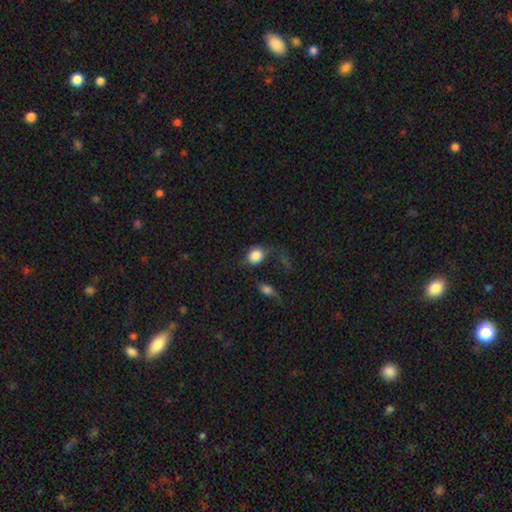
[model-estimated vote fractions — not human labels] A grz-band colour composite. It shows a smooth galaxy with no disk features (83%) that is round (68%). Merging: none (50%).